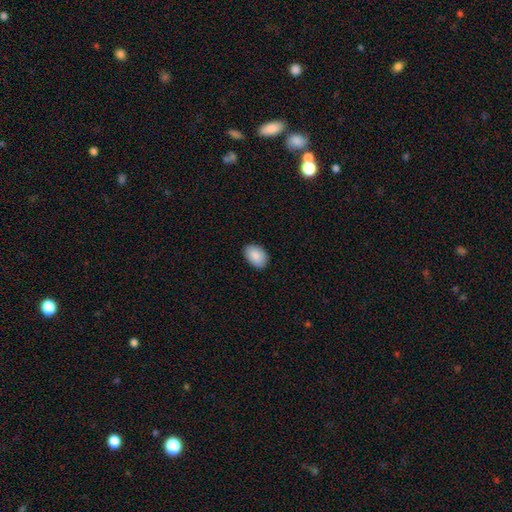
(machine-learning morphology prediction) smooth 89%, star or artifact 6%, featured or disk 5%. Down the decision tree: how rounded — in between (86%); merging — none (88%).